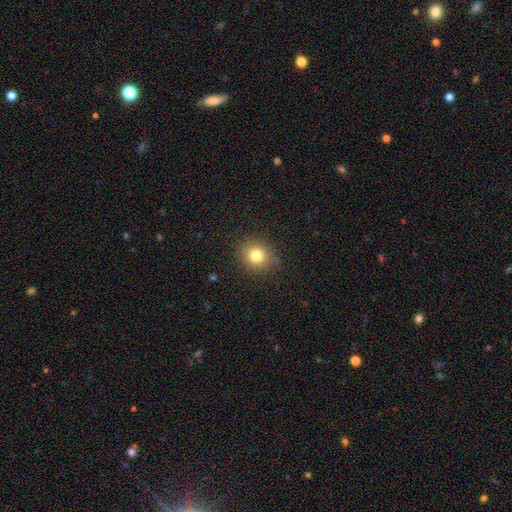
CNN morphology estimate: Smooth or featured? Predicted: smooth (p=0.79). How rounded? Predicted: round (p=0.79). Merging? Predicted: none (p=0.87).